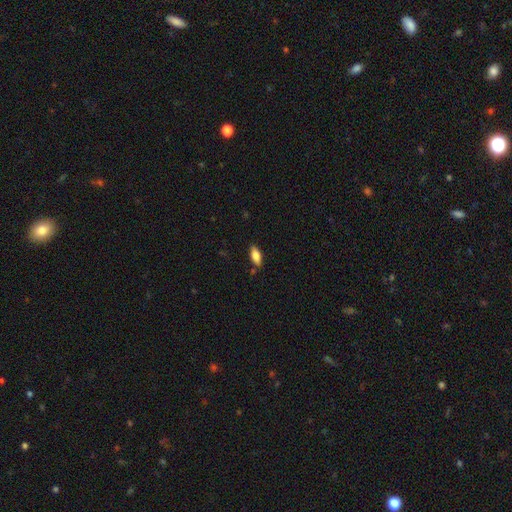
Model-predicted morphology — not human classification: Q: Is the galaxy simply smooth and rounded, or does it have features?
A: smooth — 80%.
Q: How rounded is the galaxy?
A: in between — 83%.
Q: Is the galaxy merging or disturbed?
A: none — 84%.